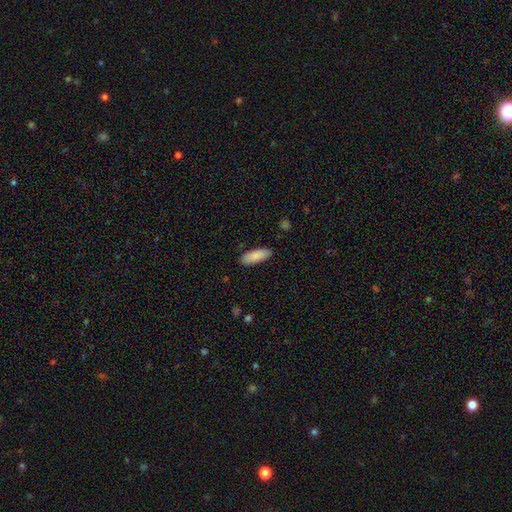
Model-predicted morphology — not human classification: A smooth galaxy with no disk features (87%) that is in between round and cigar-shaped (69%). Merging: none (88%).